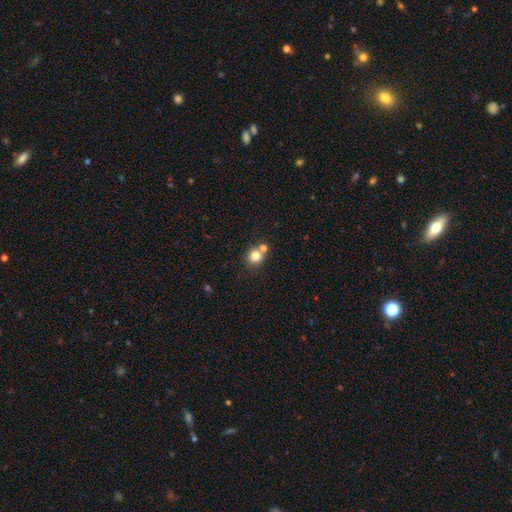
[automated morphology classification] Overall: smooth (80%). How rounded: round (86%). Merging: none (60%; merger 30%).